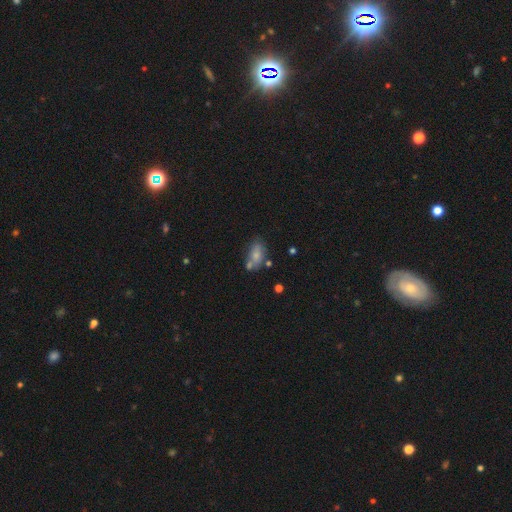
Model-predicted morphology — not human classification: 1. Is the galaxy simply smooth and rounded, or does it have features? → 70% smooth, 20% featured or disk, 10% star or artifact.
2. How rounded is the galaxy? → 87% in between, 7% round, 6% cigar-shaped.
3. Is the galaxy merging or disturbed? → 48% none, 22% minor disturbance, 21% merger, 8% major disturbance.